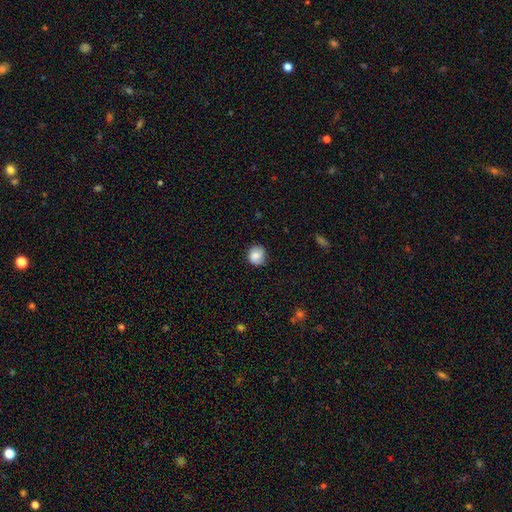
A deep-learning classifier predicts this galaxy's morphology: This is likely a smooth galaxy (78%). How rounded: clearly round (83%). Merging: likely none (78%).